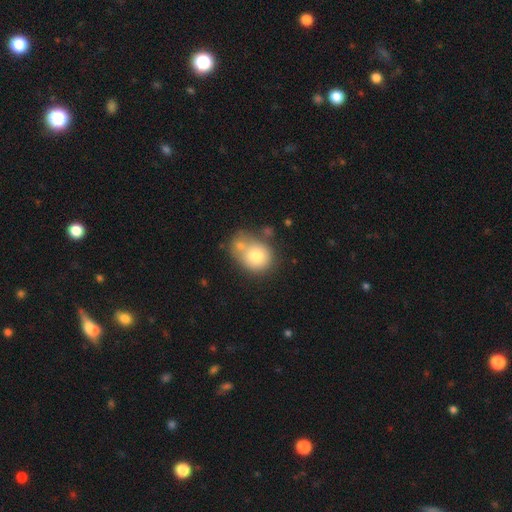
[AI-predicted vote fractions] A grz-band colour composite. It shows a smooth galaxy with no disk features (73%) that is round (66%). Merging: merger (48%).